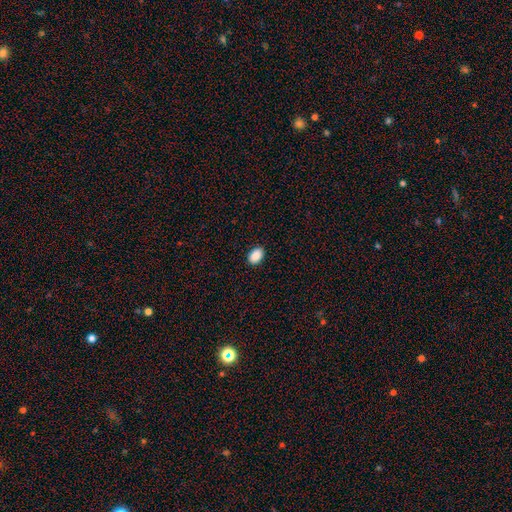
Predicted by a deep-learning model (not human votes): Overall: smooth (90%). How rounded: in between (87%). Merging: none (90%).